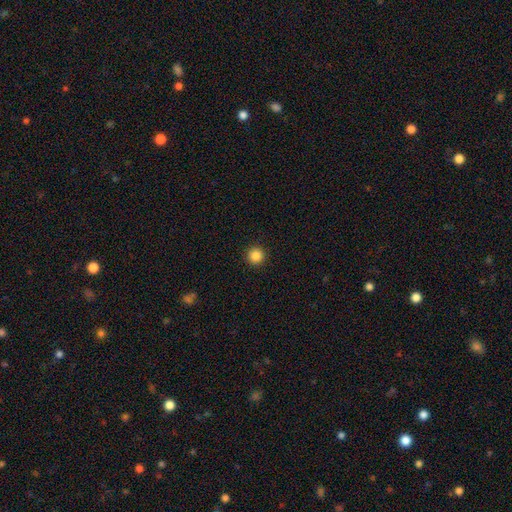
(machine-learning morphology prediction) A smooth galaxy with no disk features (86%) that is round (96%). Merging: none (93%).